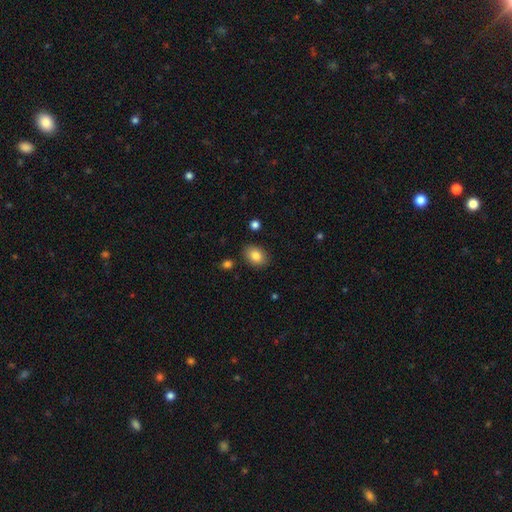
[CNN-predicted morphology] Smooth or featured? Predicted: smooth (p=0.84). How rounded? Predicted: in between (p=0.72). Merging? Predicted: none (p=0.86).